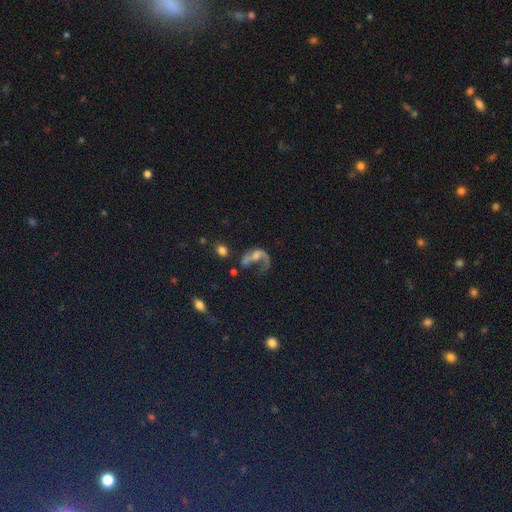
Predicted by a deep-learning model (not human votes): smooth-or-featured: featured or disk: 66% | smooth: 22% | star or artifact: 12%
  disk-edge-on: no: 96% | yes: 4%
    bar: no: 60% | weak: 29% | strong: 11%
    has-spiral-arms: yes: 69% | no: 31%
    bulge-size: small: 36% | none: 28% | moderate: 27% | large: 6% | dominant: 2%
  merging: major disturbance: 52% | none: 24% | minor disturbance: 12% | merger: 12%